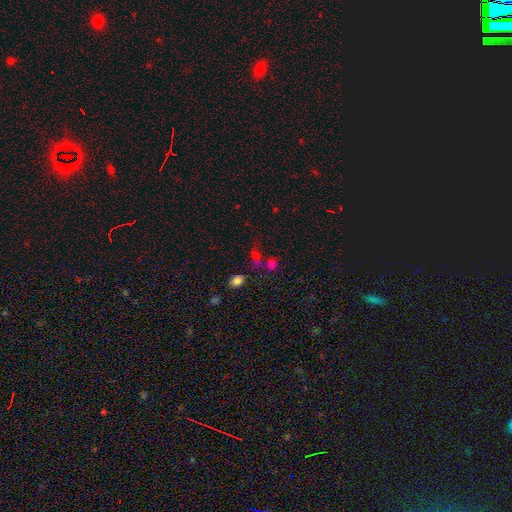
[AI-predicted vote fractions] smooth-or-featured: smooth: 52% | star or artifact: 36% | featured or disk: 11%
  how-rounded: in between: 49% | round: 46% | cigar-shaped: 5%
  merging: none: 49% | merger: 27% | minor disturbance: 12% | major disturbance: 12%